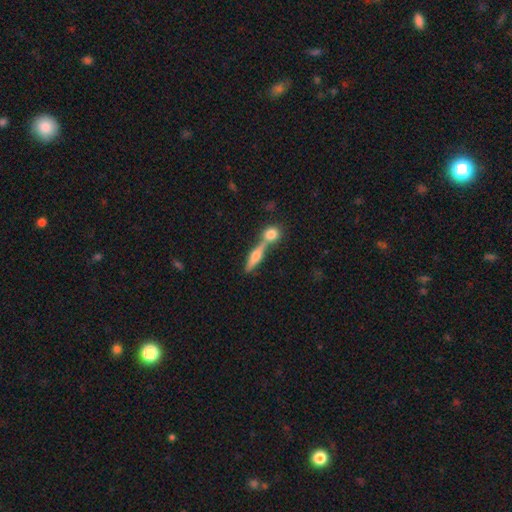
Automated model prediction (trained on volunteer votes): This appears to be a smooth galaxy with no disk features (47%). Merging: none (47%).